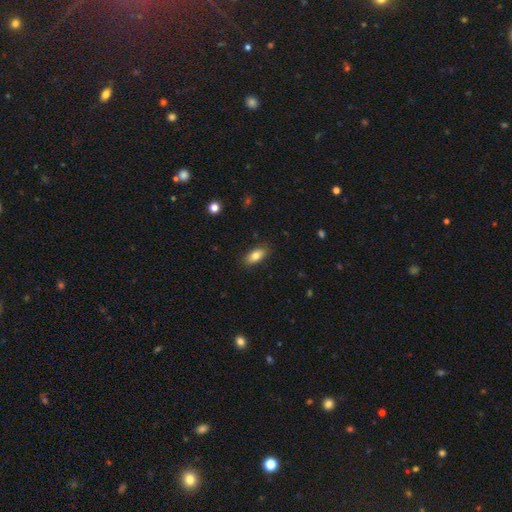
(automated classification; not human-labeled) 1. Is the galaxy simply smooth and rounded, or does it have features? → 80% smooth, 12% featured or disk, 7% star or artifact.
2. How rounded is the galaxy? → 86% in between, 11% cigar-shaped, 3% round.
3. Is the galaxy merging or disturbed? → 87% none, 10% minor disturbance, 2% major disturbance, 1% merger.